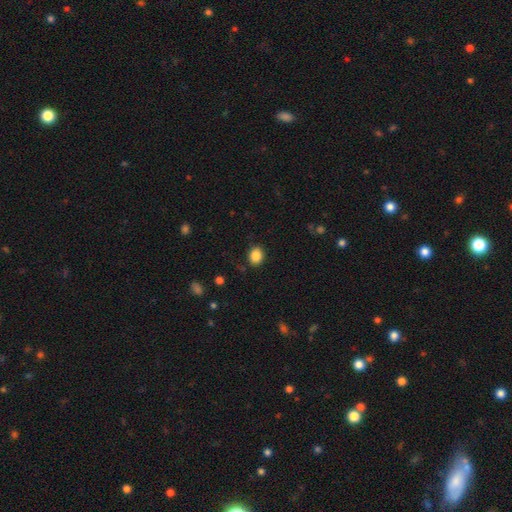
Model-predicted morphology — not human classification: A smooth galaxy with no disk features (87%) that is in between round and cigar-shaped (54%).

Vote fractions:
- Smooth or featured? smooth: 87% / star or artifact: 9% / featured or disk: 5%
- How rounded? in between: 54% / round: 45% / cigar-shaped: 1%
- Merging? none: 86% / minor disturbance: 10% / major disturbance: 3% / merger: 1%